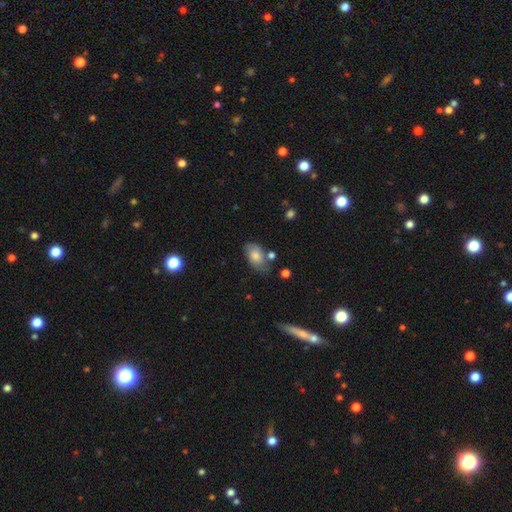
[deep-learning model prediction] Smooth or featured?
  - smooth: 70% *
  - featured or disk: 22%
  - star or artifact: 8%
How rounded?
  - in between: 91% *
  - round: 7%
  - cigar-shaped: 2%
Merging?
  - none: 55% *
  - minor disturbance: 27%
  - major disturbance: 9%
  - merger: 8%